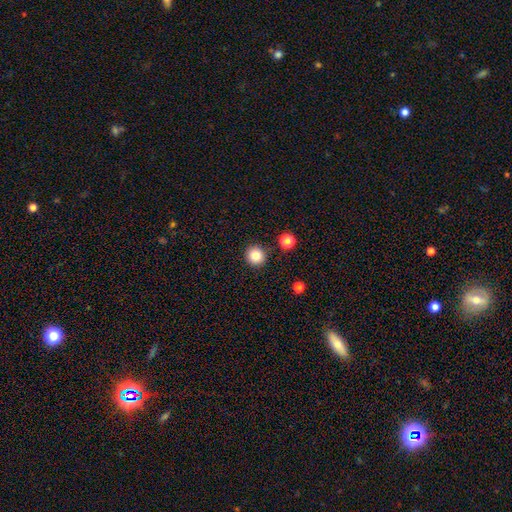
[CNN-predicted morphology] A smooth galaxy with no disk features (82%) that is round (95%). Merging: none (91%).